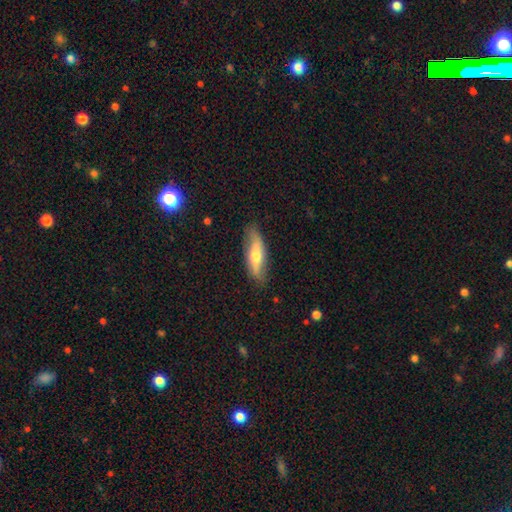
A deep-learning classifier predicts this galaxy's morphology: smooth 48%, featured or disk 46%, star or artifact 6%. Down the decision tree: merging — none (79%).